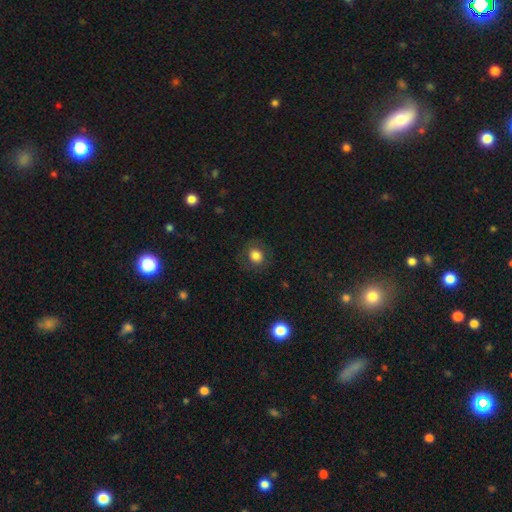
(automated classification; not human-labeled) Morphology: type=smooth (81%); roundness=round (73%); merging=none (83%).